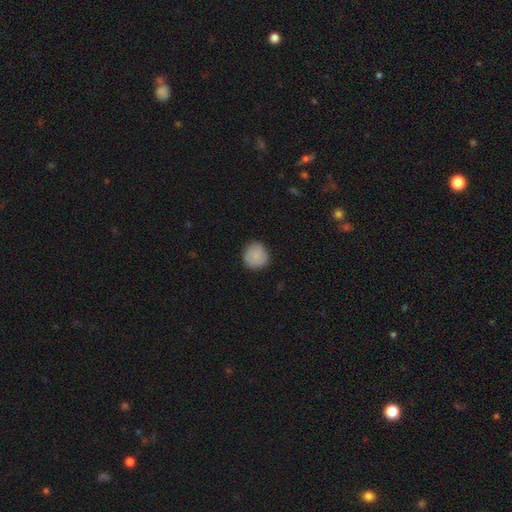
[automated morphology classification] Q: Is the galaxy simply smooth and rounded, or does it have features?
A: smooth — 85%.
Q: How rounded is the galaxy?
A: round — 91%.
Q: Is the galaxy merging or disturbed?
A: none — 85%.